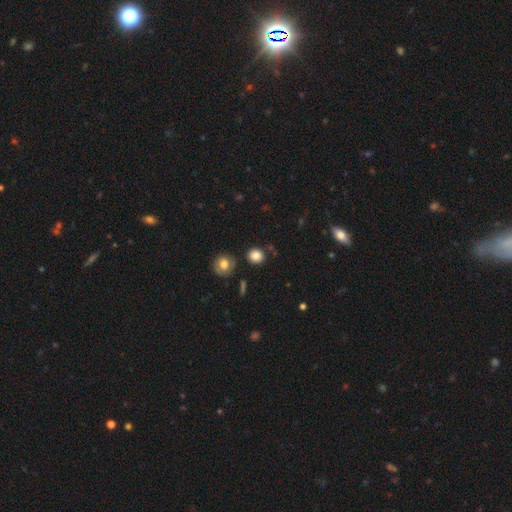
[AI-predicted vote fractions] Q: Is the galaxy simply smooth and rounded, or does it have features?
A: smooth — 82%.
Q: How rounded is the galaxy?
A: round — 83%.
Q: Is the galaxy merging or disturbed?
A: none — 83%.